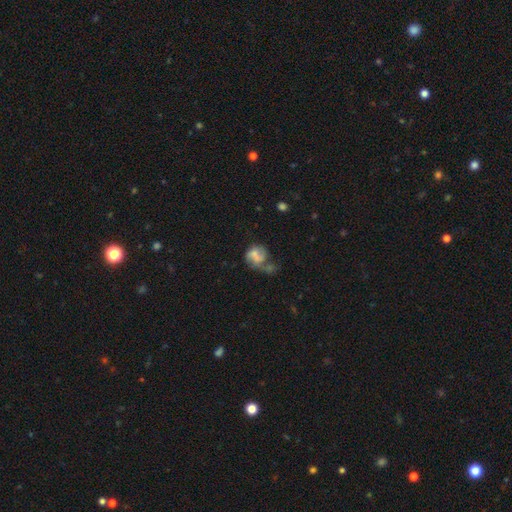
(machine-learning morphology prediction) smooth-or-featured: featured or disk: 50% | smooth: 40% | star or artifact: 10%
  disk-edge-on: no: 98% | yes: 2%
  merging: major disturbance: 30% | merger: 26% | none: 25% | minor disturbance: 19%